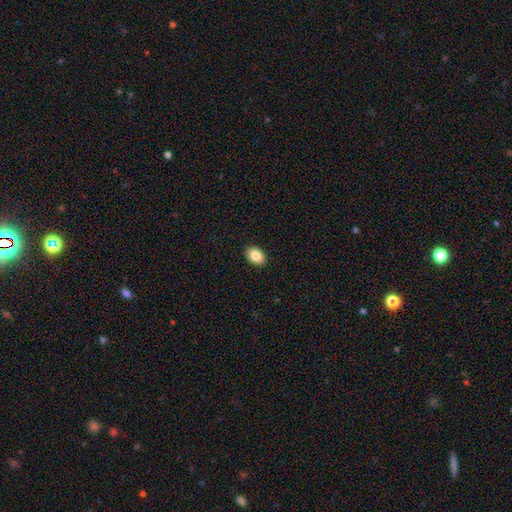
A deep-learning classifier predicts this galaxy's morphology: This is clearly a smooth galaxy (85%). How rounded: clearly in between (83%). Merging: clearly none (91%).